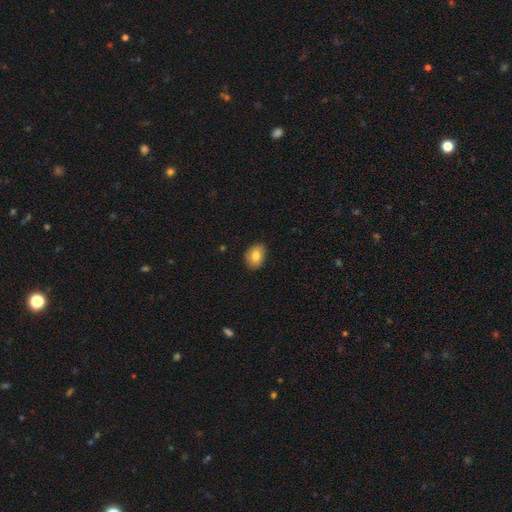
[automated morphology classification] Smooth or featured: smooth — 80% (featured or disk — 11%)
How rounded: in between — 61% (round — 38%)
Merging: none — 85% (minor disturbance — 12%)